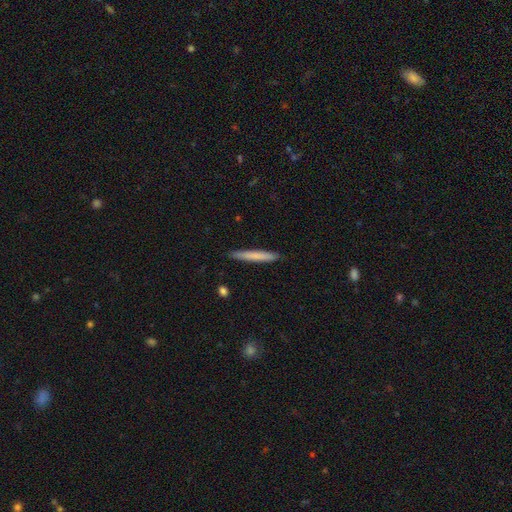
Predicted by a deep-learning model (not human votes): smooth_or_featured: smooth (p=0.73) [alt: featured or disk p=0.21]
how_rounded: cigar-shaped (p=0.96) [alt: in between p=0.03]
merging: none (p=0.90) [alt: minor disturbance p=0.08]